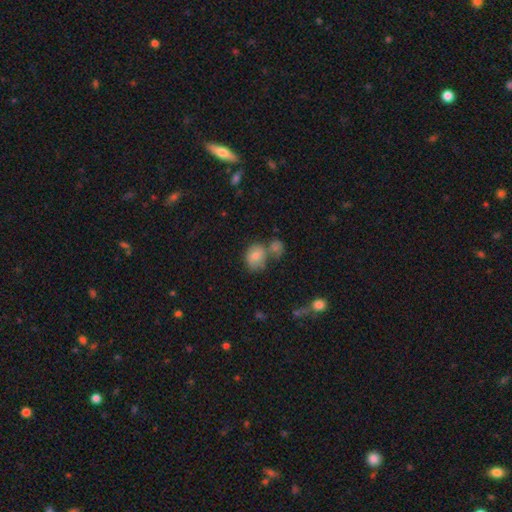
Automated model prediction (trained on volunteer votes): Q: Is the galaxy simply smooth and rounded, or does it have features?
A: smooth — 75%.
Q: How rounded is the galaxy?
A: round — 54%.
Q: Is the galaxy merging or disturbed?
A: none — 40%.